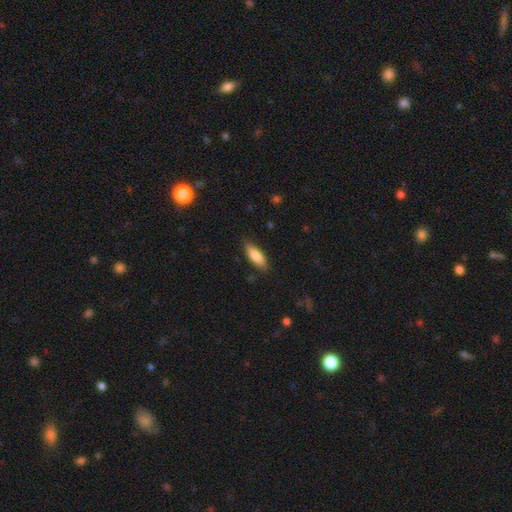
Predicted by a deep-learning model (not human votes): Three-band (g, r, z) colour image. It shows a smooth galaxy with no disk features (83%) that is in between round and cigar-shaped (67%). Merging: none (84%).